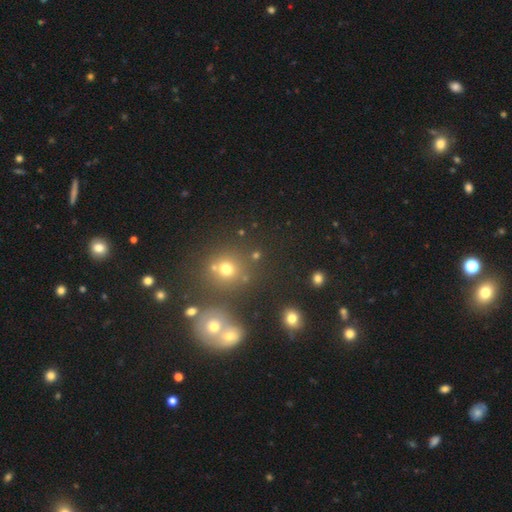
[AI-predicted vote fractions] Q: Smooth or featured?
A: smooth (60%); runner-up: star or artifact (31%)
Q: How rounded?
A: round (86%); runner-up: in between (13%)
Q: Merging?
A: none (70%); runner-up: merger (17%)